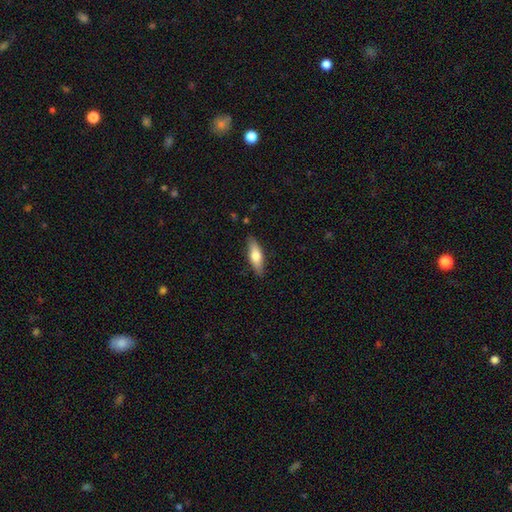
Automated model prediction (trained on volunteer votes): Overall: smooth (64%; featured or disk 30%). How rounded: in between (50%; cigar-shaped 48%). Merging: none (86%).